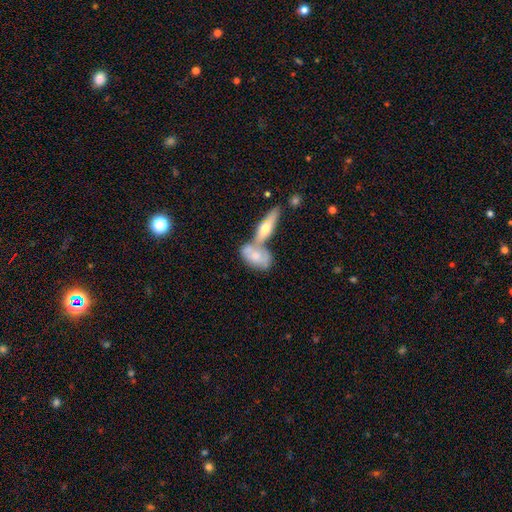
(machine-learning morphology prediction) Smooth or featured? smooth (58%)
How rounded? in between (81%)
Merging? merger (57%)